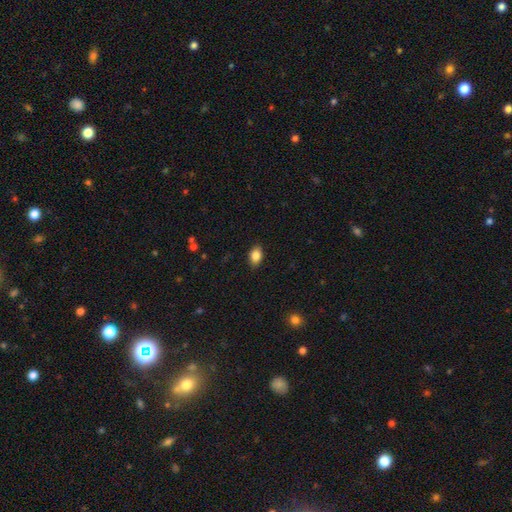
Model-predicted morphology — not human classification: This is clearly a smooth galaxy (86%). How rounded: clearly in between (85%). Merging: clearly none (88%).